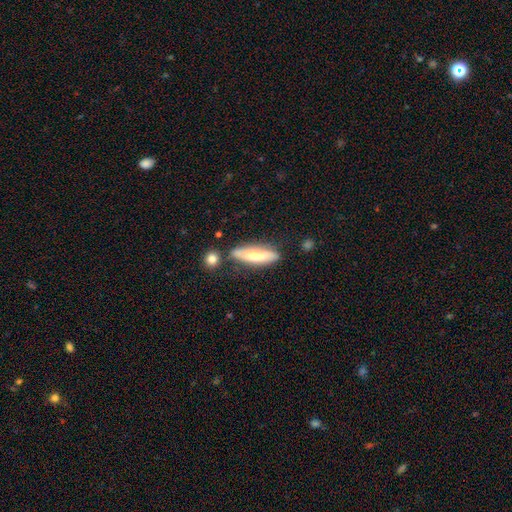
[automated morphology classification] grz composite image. It shows a smooth galaxy with no disk features (59%) that is cigar-shaped (60%). Merging: none (68%).